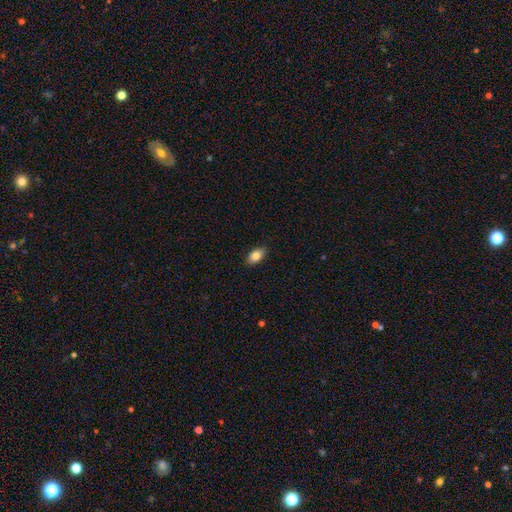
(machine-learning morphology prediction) smooth-or-featured: smooth: 85% | star or artifact: 8% | featured or disk: 7%
  how-rounded: in between: 90% | round: 7% | cigar-shaped: 3%
  merging: none: 87% | minor disturbance: 10% | major disturbance: 2% | merger: 1%